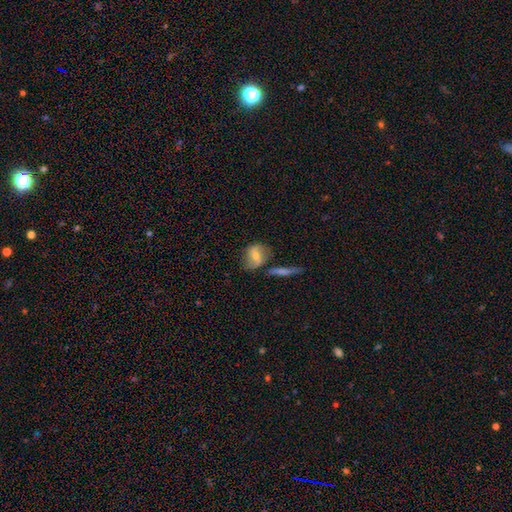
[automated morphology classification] smooth_or_featured: smooth (p=0.50) [alt: featured or disk p=0.41]
merging: none (p=0.61) [alt: minor disturbance p=0.19]